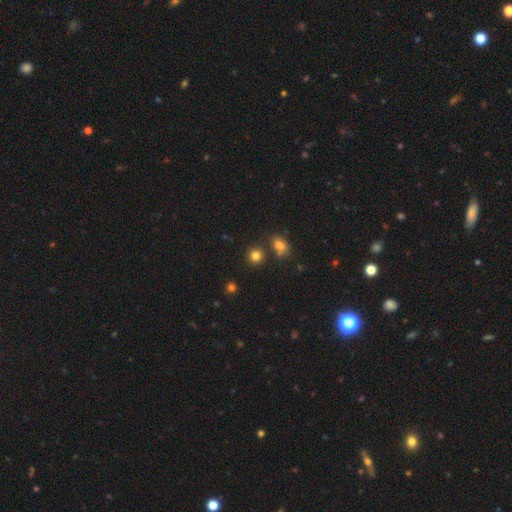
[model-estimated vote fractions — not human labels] A smooth galaxy with no disk features (81%) that is round (86%).

Vote fractions:
- Smooth or featured? smooth: 81% / star or artifact: 13% / featured or disk: 6%
- How rounded? round: 86% / in between: 13% / cigar-shaped: 1%
- Merging? none: 80% / merger: 9% / minor disturbance: 8% / major disturbance: 3%